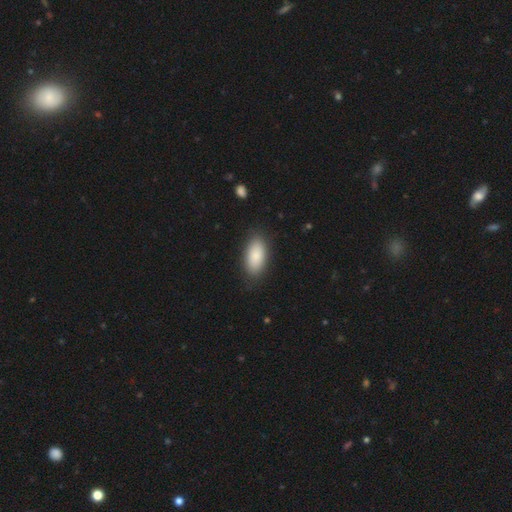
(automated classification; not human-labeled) Smooth or featured? Predicted: smooth (p=0.86). How rounded? Predicted: in between (p=0.92). Merging? Predicted: none (p=0.85).